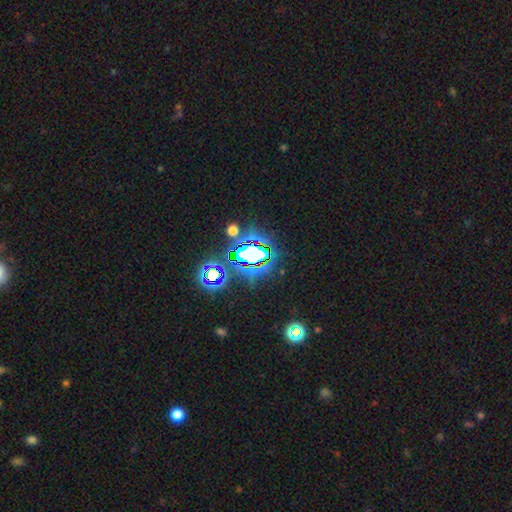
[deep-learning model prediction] A star or artifact, not a galaxy (80%).